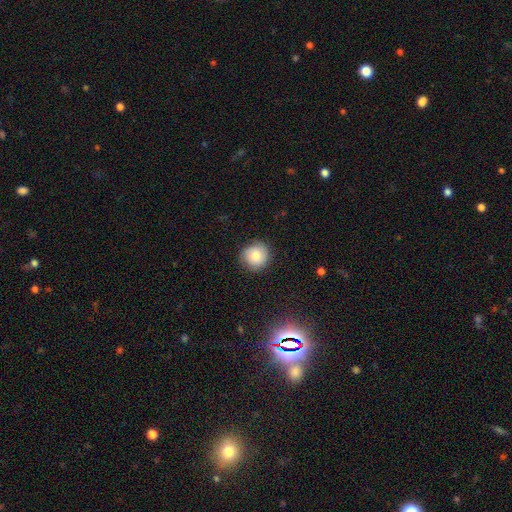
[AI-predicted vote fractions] A smooth galaxy with no disk features (75%) that is round (92%). Merging: none (83%).